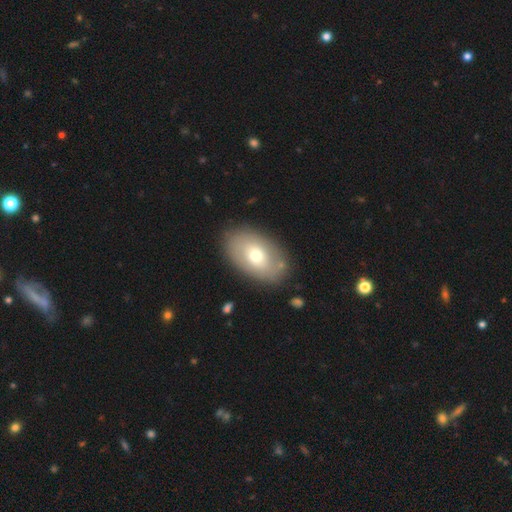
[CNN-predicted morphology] The model was most divided on "smooth or featured": smooth: 61%, featured or disk: 32%, star or artifact: 7%. More confident: how rounded — in between (89%); merging — none (83%).